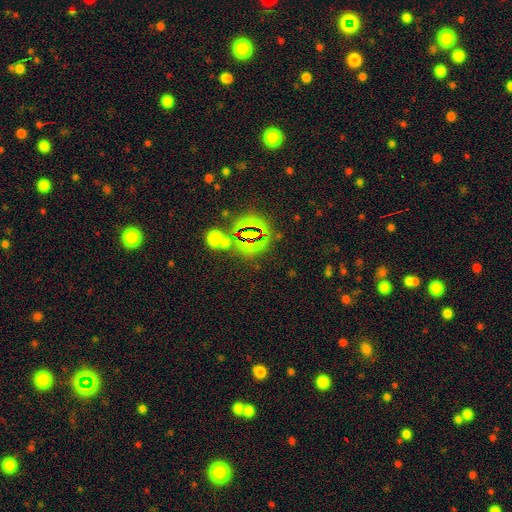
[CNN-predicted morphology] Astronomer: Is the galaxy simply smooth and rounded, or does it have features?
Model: star or artifact — 63%.